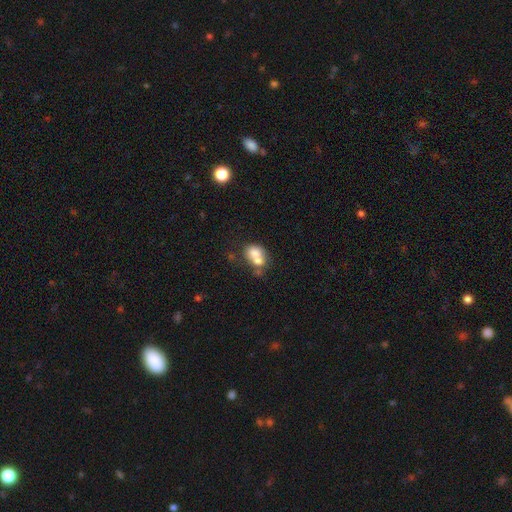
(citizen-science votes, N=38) smooth 79%, featured or disk 13%, star or artifact 8%. Down the decision tree: how rounded — in between (73%); merging — merger (69%).